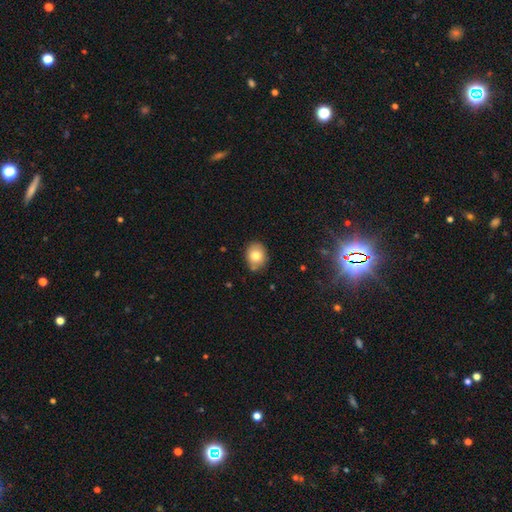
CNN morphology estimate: A smooth galaxy with no disk features (78%) that is round (53%).

Vote fractions:
- Smooth or featured? smooth: 78% / featured or disk: 13% / star or artifact: 10%
- How rounded? round: 53% / in between: 46% / cigar-shaped: 1%
- Merging? none: 79% / minor disturbance: 15% / merger: 3% / major disturbance: 2%